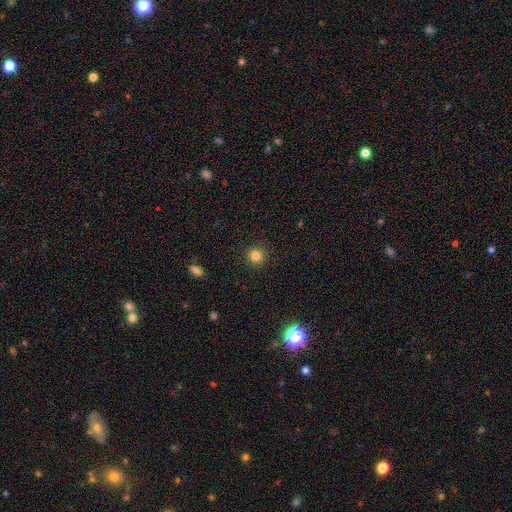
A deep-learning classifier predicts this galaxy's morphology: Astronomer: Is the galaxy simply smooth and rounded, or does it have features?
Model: smooth — 83%.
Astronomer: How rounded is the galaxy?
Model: round — 94%.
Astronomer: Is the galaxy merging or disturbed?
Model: none — 91%.